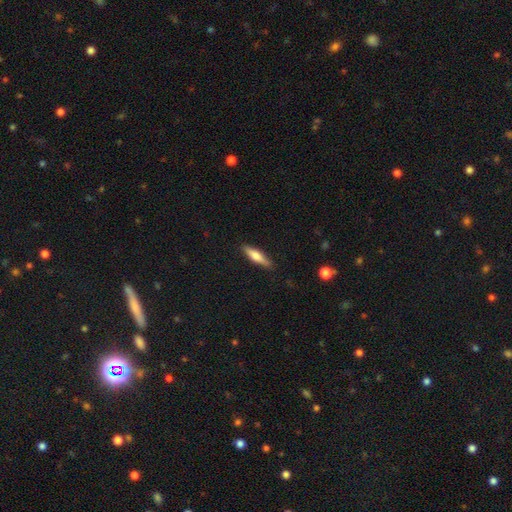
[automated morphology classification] Smooth or featured: smooth — 59% (featured or disk — 35%)
How rounded: cigar-shaped — 72% (in between — 26%)
Merging: none — 87% (minor disturbance — 10%)